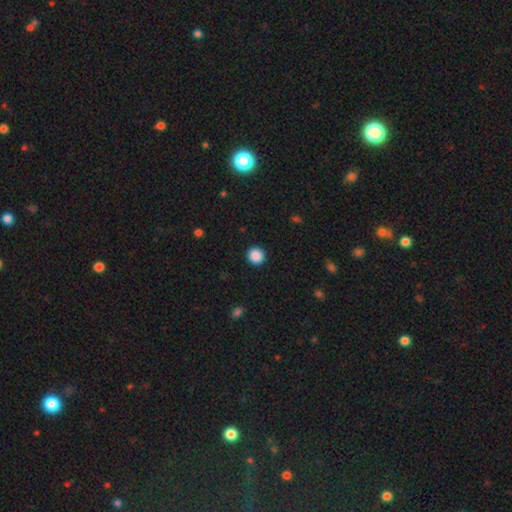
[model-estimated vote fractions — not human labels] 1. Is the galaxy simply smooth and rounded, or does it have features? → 89% smooth, 9% star or artifact, 2% featured or disk.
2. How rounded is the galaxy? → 94% round, 5% in between, 1% cigar-shaped.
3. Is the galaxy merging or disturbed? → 93% none, 5% minor disturbance, 2% major disturbance, 1% merger.